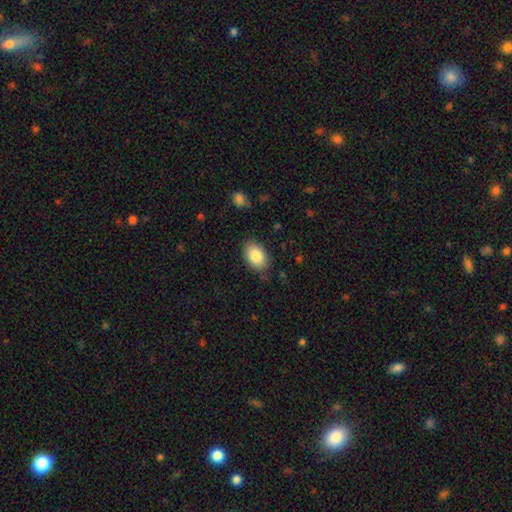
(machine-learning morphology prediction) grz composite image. It shows a smooth galaxy with no disk features (86%) that is in between round and cigar-shaped (89%). Merging: none (83%).